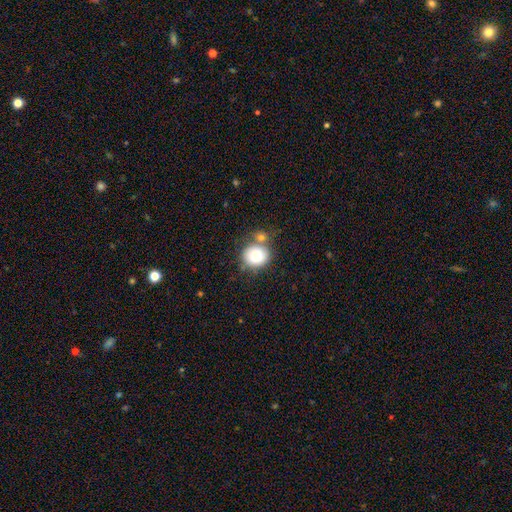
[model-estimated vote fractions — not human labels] This is clearly a smooth galaxy (84%). How rounded: likely round (78%). Merging: possibly none (59%).